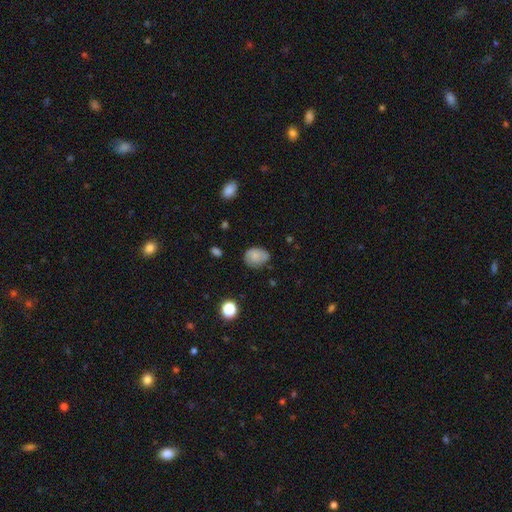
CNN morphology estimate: Smooth or featured? Predicted: smooth (p=0.73). How rounded? Predicted: in between (p=0.55). Merging? Predicted: none (p=0.61).